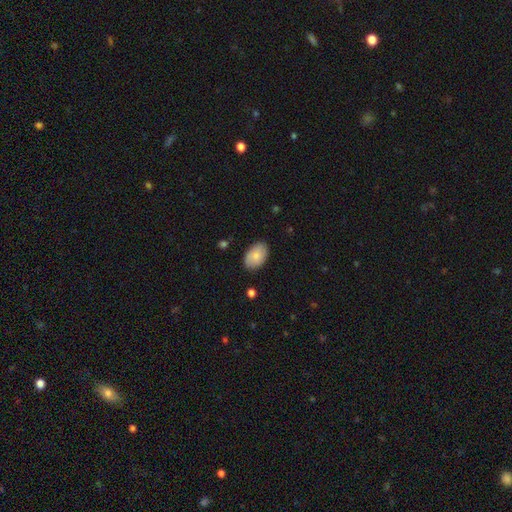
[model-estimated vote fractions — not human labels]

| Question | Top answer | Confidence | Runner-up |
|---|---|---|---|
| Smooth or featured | smooth | 83% | featured or disk (11%) |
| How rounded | in between | 89% | round (10%) |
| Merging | none | 85% | minor disturbance (12%) |